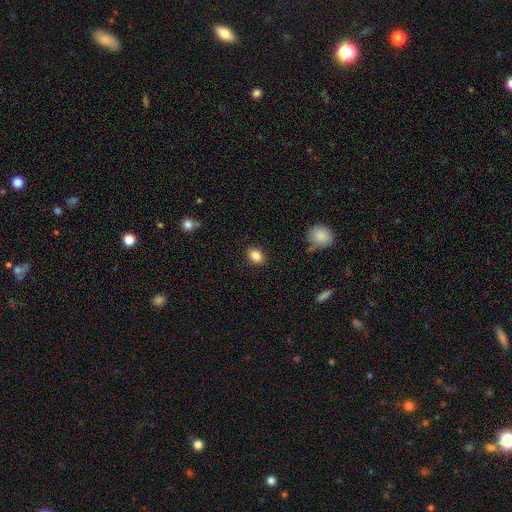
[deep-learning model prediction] Morphology: type=smooth (85%); roundness=in between (65%); merging=none (88%).